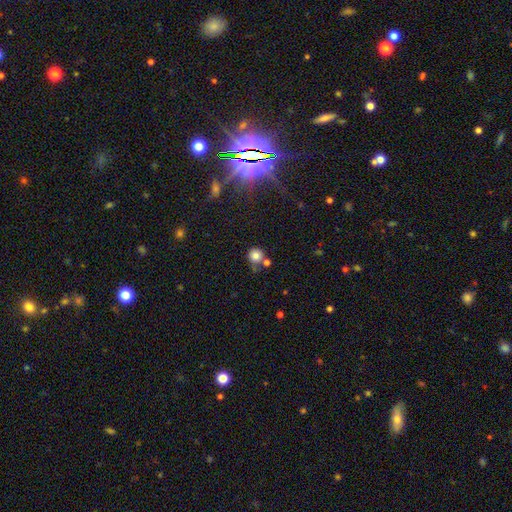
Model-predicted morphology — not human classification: smooth-or-featured: smooth: 80% | star or artifact: 12% | featured or disk: 8%
  how-rounded: round: 91% | in between: 8% | cigar-shaped: 1%
  merging: none: 63% | merger: 18% | minor disturbance: 14% | major disturbance: 5%